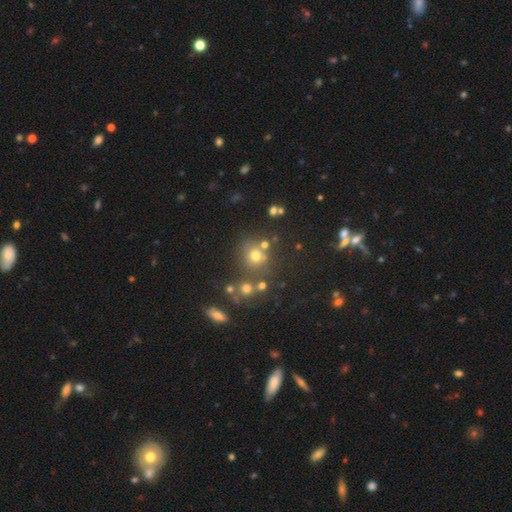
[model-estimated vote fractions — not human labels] Morphology: type=smooth (66%); roundness=round (83%); merging=none (64%).